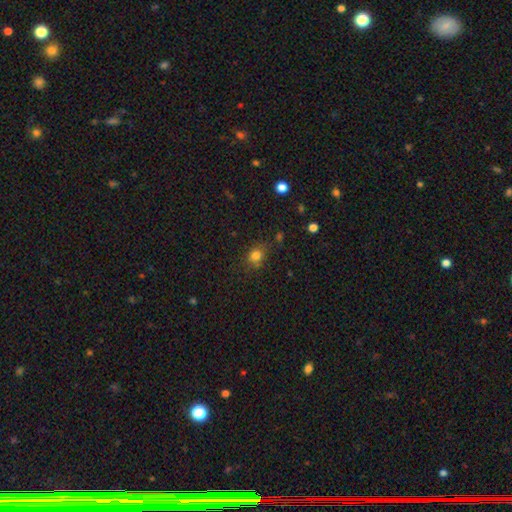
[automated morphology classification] Overall: smooth (79%). How rounded: round (61%; in between 38%). Merging: none (72%).